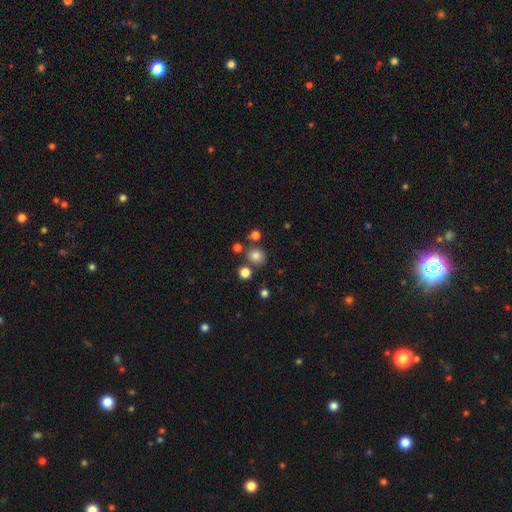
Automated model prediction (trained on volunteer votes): smooth-or-featured: smooth: 78% | star or artifact: 15% | featured or disk: 7%
  how-rounded: round: 84% | in between: 15% | cigar-shaped: 1%
  merging: none: 75% | merger: 12% | minor disturbance: 9% | major disturbance: 4%